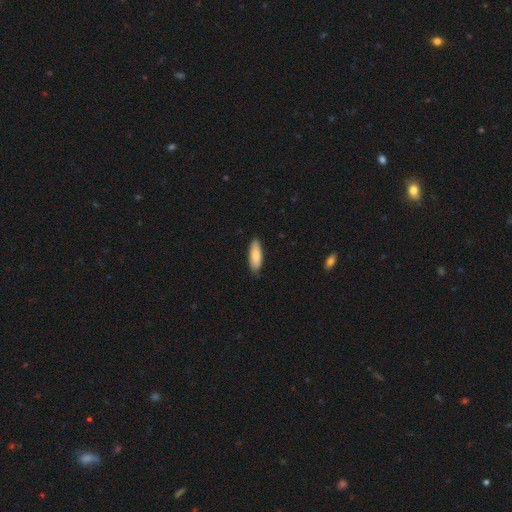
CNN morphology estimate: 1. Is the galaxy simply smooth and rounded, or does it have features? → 81% smooth, 13% featured or disk, 5% star or artifact.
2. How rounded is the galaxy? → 59% in between, 39% cigar-shaped, 2% round.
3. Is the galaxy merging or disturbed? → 86% none, 11% minor disturbance, 2% major disturbance, 1% merger.